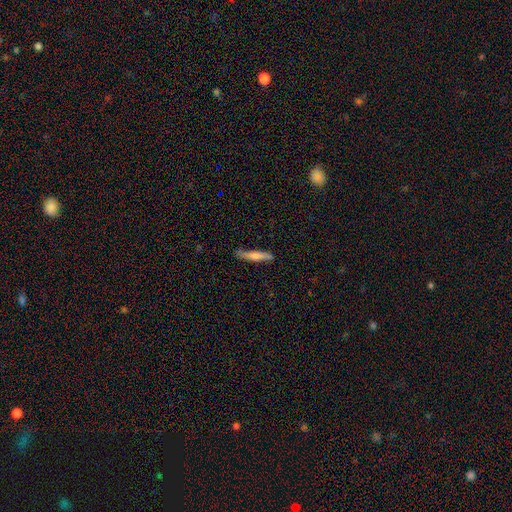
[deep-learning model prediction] Smooth or featured: smooth — 65% (featured or disk — 30%)
How rounded: cigar-shaped — 90% (in between — 8%)
Merging: none — 76% (minor disturbance — 19%)